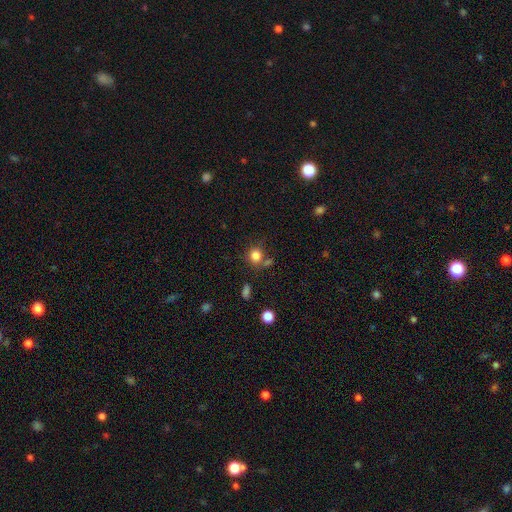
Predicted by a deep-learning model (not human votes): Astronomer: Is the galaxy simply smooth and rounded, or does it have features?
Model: smooth — 82%.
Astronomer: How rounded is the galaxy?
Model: round — 82%.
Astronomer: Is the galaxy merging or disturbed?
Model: none — 66%.